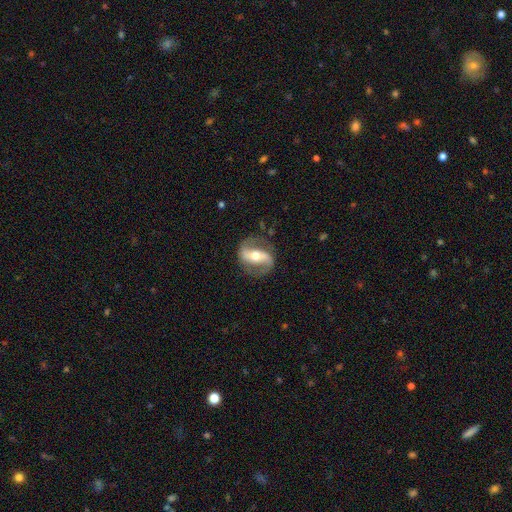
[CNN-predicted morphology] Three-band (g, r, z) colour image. It shows a featured or disk galaxy (84%) with a strong bar (56%), 2 (91%) medium (45%) spiral arms (89%) and a moderate central bulge (65%). Merging: none (79%).